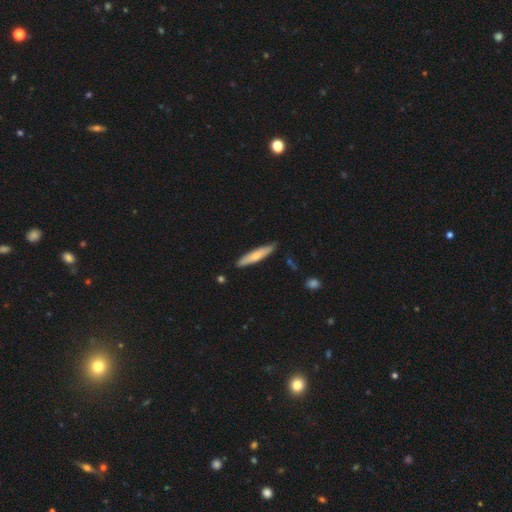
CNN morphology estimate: Smooth or featured: smooth — 64% (featured or disk — 30%)
How rounded: cigar-shaped — 87% (in between — 12%)
Merging: none — 86% (minor disturbance — 11%)